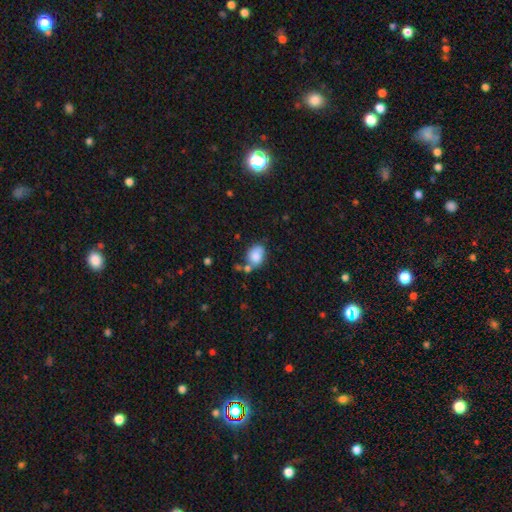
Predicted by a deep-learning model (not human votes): Smooth or featured? Predicted: smooth (p=0.81). How rounded? Predicted: in between (p=0.66). Merging? Predicted: none (p=0.51).